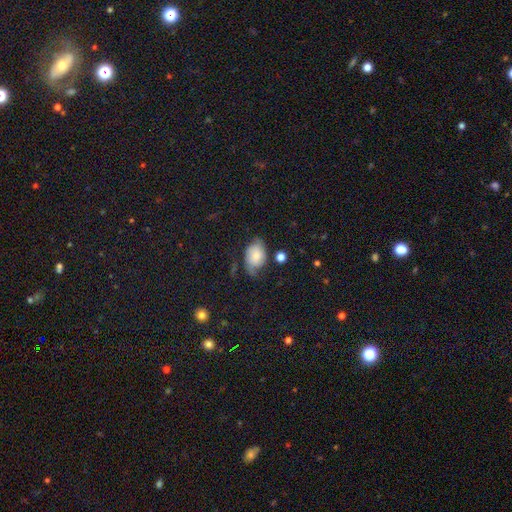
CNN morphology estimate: smooth 56%, featured or disk 33%, star or artifact 10%. Down the decision tree: how rounded — in between (82%); merging — none (51%).